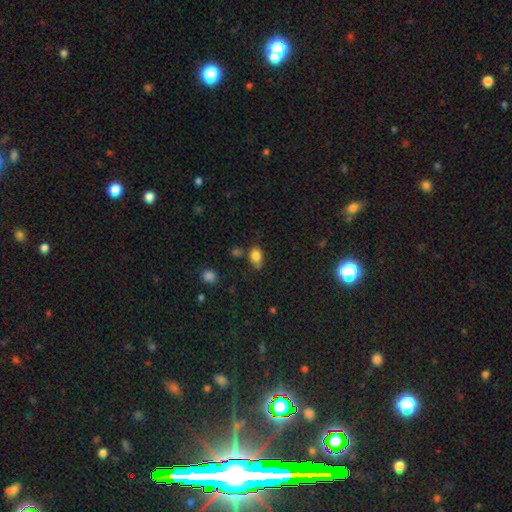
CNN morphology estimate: smooth-or-featured: smooth: 83% | star or artifact: 10% | featured or disk: 7%
  how-rounded: in between: 76% | round: 23% | cigar-shaped: 2%
  merging: none: 58% | minor disturbance: 28% | major disturbance: 7% | merger: 7%